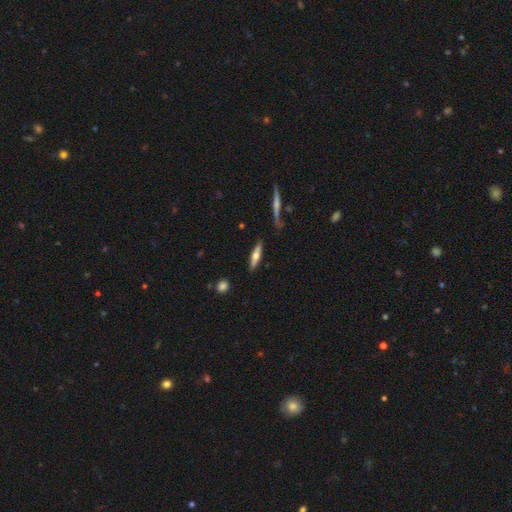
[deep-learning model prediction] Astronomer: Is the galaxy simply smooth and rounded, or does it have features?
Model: smooth — 48% (runner-up: featured or disk, 46%).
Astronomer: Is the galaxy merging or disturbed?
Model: none — 84%.